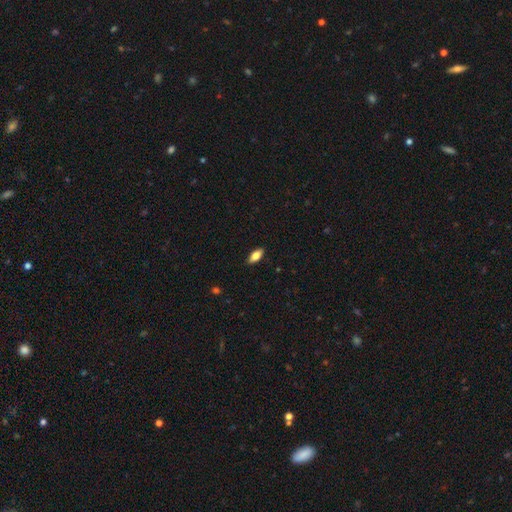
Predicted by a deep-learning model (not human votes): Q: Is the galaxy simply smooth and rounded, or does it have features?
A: smooth — 77%.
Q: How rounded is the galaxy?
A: in between — 85%.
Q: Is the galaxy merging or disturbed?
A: none — 89%.